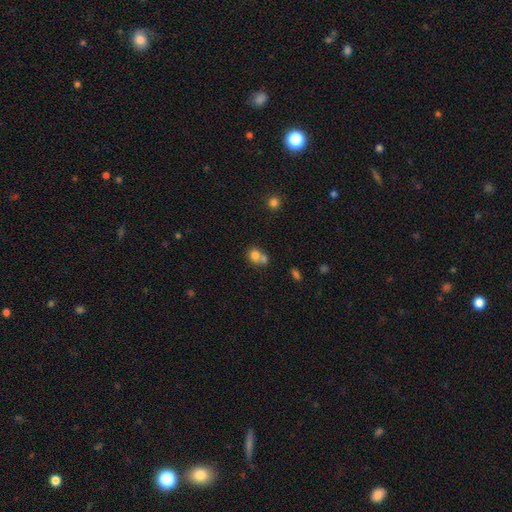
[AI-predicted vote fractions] Smooth or featured?
  - smooth: 76% *
  - featured or disk: 13%
  - star or artifact: 11%
How rounded?
  - round: 65% *
  - in between: 34%
  - cigar-shaped: 1%
Merging?
  - merger: 56% *
  - none: 31%
  - minor disturbance: 9%
  - major disturbance: 4%